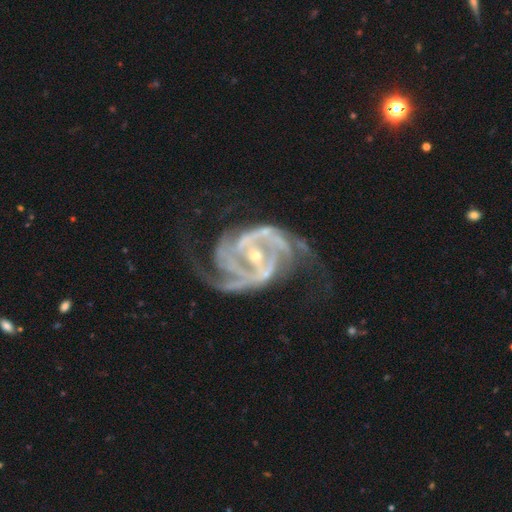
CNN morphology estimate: This is clearly a featured or disk galaxy (93%). It is clearly not viewed edge-on (98%). Bar: possibly strong (51%). Spiral arm pattern: clearly yes (98%). Spiral arm count: possibly 2 (46%). Spiral winding: possibly medium (52%). Central bulge: likely small (66%). Merging: possibly none (57%).